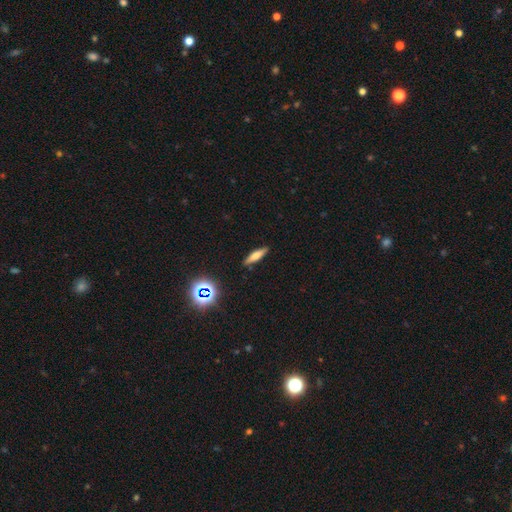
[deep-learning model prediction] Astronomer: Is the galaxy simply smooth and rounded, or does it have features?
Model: smooth — 54% (runner-up: featured or disk, 34%).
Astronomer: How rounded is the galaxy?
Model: cigar-shaped — 71%.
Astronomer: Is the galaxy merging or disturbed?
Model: none — 88%.